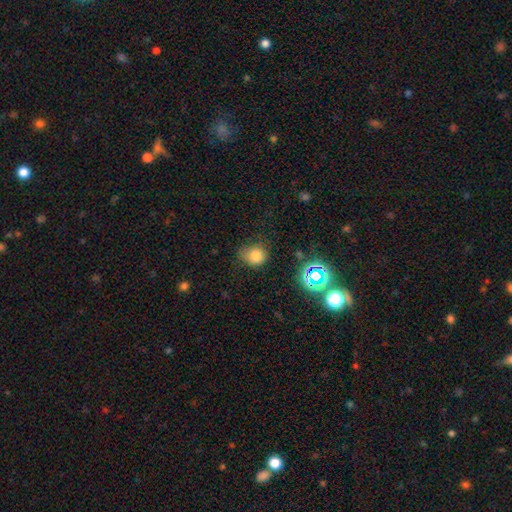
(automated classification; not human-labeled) Smooth or featured? smooth (77%)
How rounded? round (69%)
Merging? none (59%)